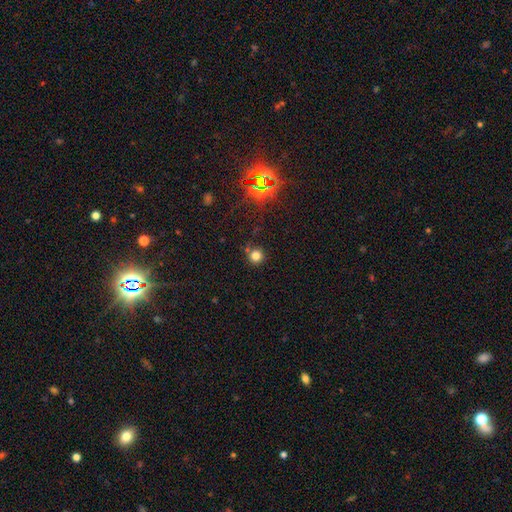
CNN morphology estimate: Q: Smooth or featured?
A: smooth (75%); runner-up: star or artifact (19%)
Q: How rounded?
A: round (94%); runner-up: in between (5%)
Q: Merging?
A: none (79%); runner-up: minor disturbance (10%)